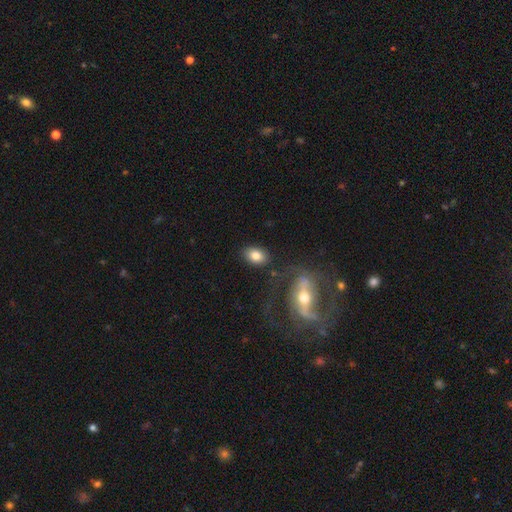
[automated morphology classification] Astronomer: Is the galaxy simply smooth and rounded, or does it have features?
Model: smooth — 79%.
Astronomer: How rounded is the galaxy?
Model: in between — 85%.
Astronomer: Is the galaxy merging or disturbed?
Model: none — 80%.